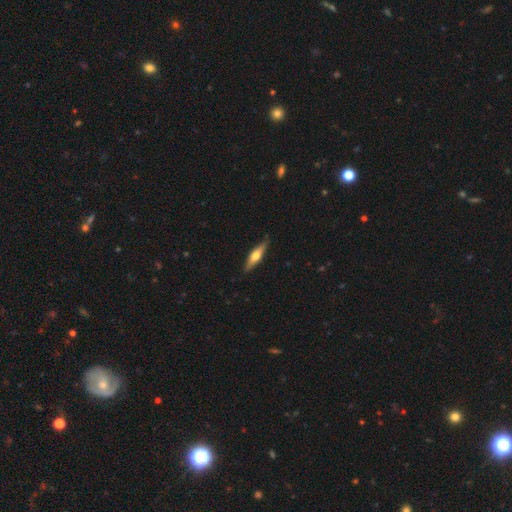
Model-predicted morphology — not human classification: A featured or disk galaxy (56%) viewed edge-on (95%) with a rounded central bulge (92%).

Vote fractions:
- Smooth or featured? featured or disk: 56% / smooth: 38% / star or artifact: 5%
- Edge-on disk? yes: 95% / no: 5%
- Edge-on bulge? rounded: 92% / boxy: 5% / none: 3%
- Merging? none: 87% / minor disturbance: 10% / major disturbance: 2% / merger: 1%